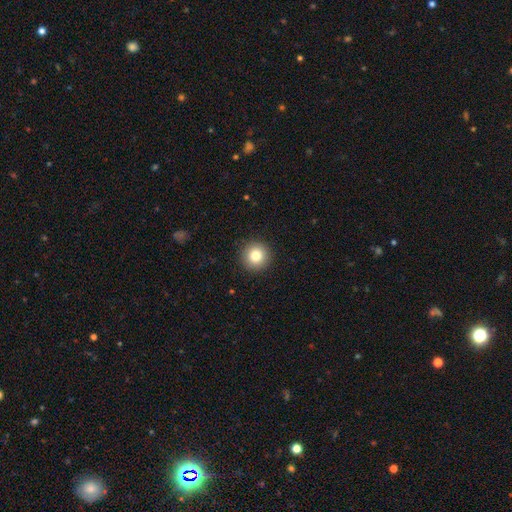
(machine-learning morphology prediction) smooth 81%, star or artifact 11%, featured or disk 8%. Down the decision tree: how rounded — round (96%); merging — none (92%).